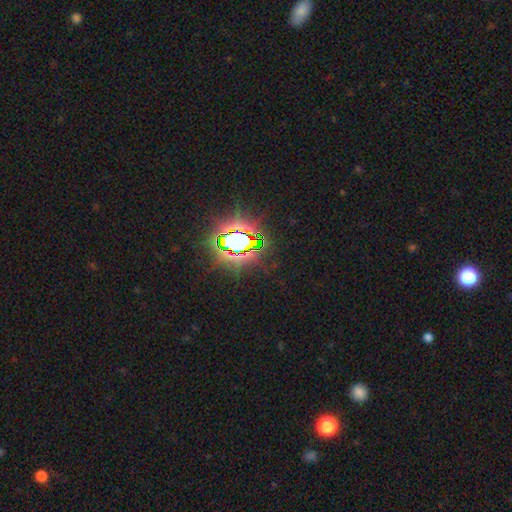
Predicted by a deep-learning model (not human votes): Smooth or featured? Predicted: star or artifact (p=0.83).